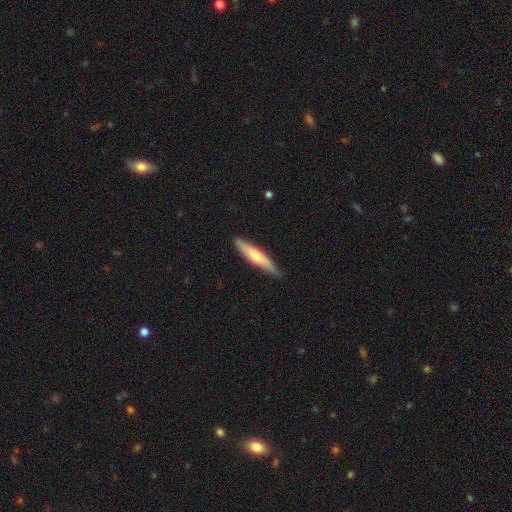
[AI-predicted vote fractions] A smooth galaxy with no disk features (62%) that is cigar-shaped (85%).

Vote fractions:
- Smooth or featured? smooth: 62% / featured or disk: 33% / star or artifact: 5%
- How rounded? cigar-shaped: 85% / in between: 13% / round: 1%
- Merging? none: 83% / minor disturbance: 14% / major disturbance: 2% / merger: 1%